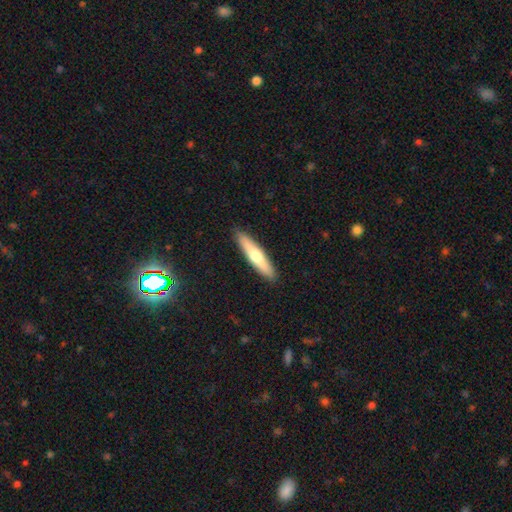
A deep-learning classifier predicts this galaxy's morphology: The model was most divided on "smooth or featured": smooth: 57%, featured or disk: 38%, star or artifact: 5%. More confident: merging — none (90%); how rounded — cigar-shaped (84%).